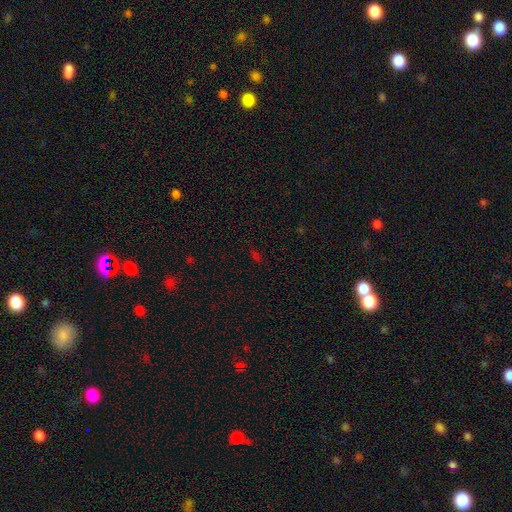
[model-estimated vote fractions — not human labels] Smooth or featured? Predicted: star or artifact (p=0.52).